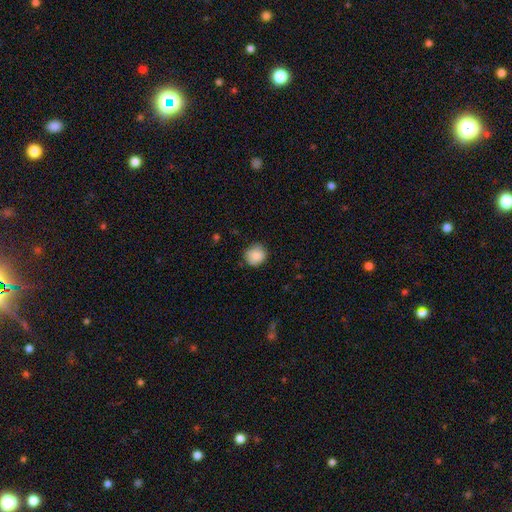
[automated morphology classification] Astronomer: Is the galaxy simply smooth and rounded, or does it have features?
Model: smooth — 88%.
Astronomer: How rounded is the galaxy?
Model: round — 83%.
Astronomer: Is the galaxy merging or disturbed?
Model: none — 80%.